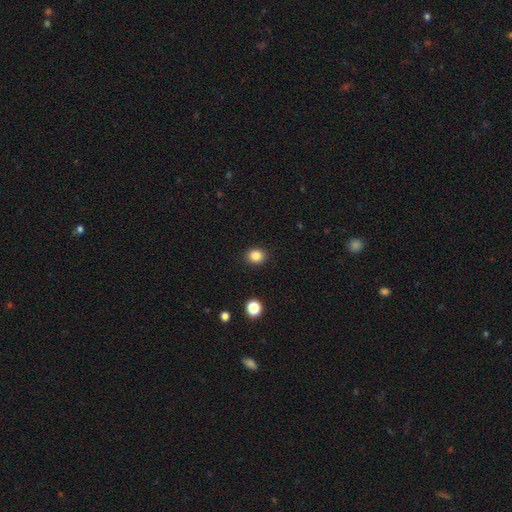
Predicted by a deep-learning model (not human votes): Smooth or featured? smooth (85%)
How rounded? round (67%)
Merging? none (89%)